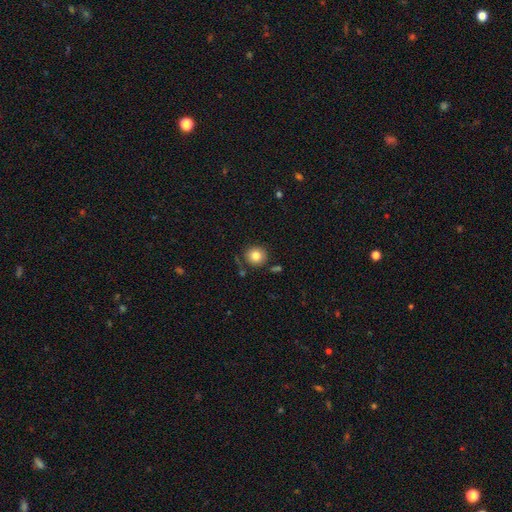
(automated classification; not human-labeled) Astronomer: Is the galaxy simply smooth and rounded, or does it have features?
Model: smooth — 81%.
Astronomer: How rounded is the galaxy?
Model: round — 92%.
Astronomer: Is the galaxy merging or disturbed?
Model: none — 82%.